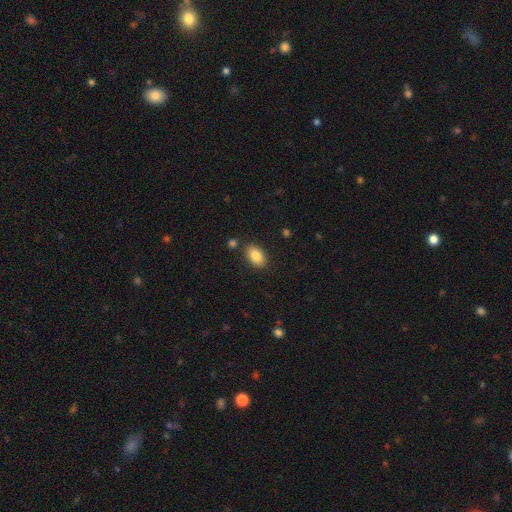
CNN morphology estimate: Q: Smooth or featured?
A: smooth (86%); runner-up: star or artifact (8%)
Q: How rounded?
A: in between (92%); runner-up: round (7%)
Q: Merging?
A: none (85%); runner-up: minor disturbance (10%)